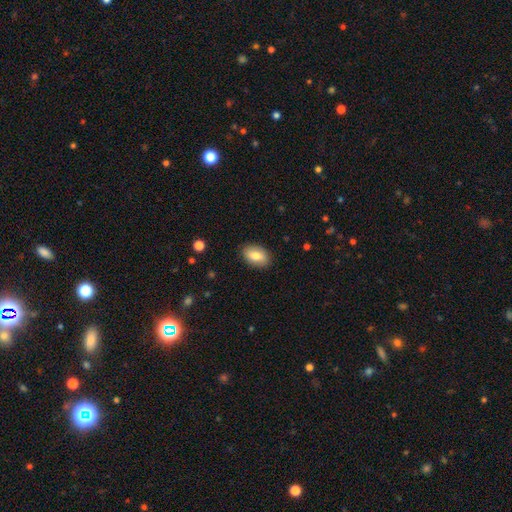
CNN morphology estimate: smooth 81%, featured or disk 12%, star or artifact 7%. Down the decision tree: how rounded — in between (90%); merging — none (87%).